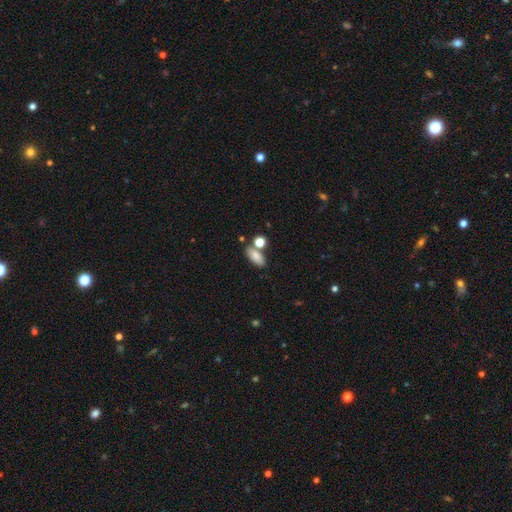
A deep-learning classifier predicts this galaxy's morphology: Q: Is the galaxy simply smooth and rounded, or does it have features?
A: smooth — 82%.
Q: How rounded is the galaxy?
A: in between — 83%.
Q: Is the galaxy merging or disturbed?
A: none — 61%.